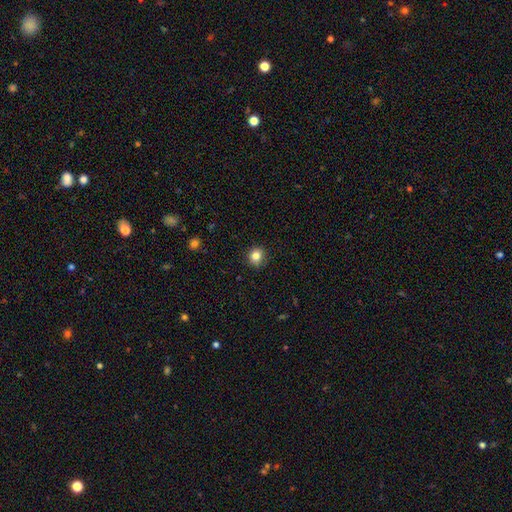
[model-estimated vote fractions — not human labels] Morphology: type=smooth (82%); roundness=round (86%); merging=none (89%).